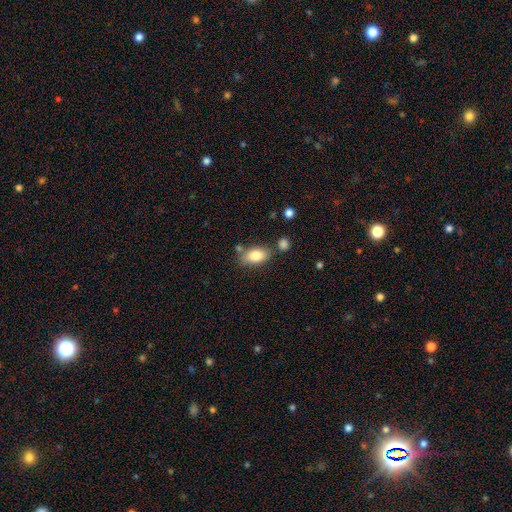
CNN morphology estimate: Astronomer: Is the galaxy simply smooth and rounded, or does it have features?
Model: smooth — 83%.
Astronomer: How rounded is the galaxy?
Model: in between — 90%.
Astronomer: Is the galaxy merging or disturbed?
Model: none — 70%.